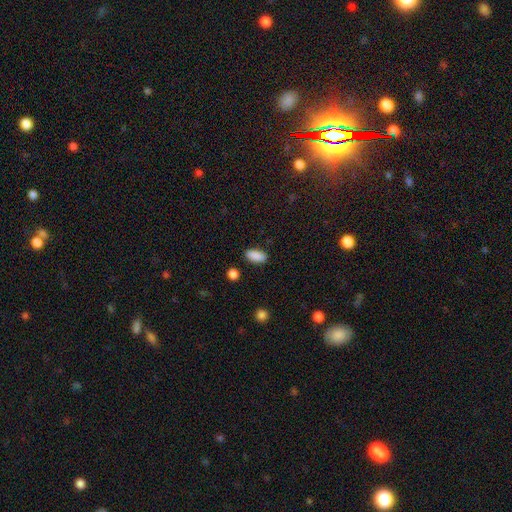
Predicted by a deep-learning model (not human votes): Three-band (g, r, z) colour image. It shows a smooth galaxy with no disk features (89%) that is in between round and cigar-shaped (88%). Merging: none (87%).